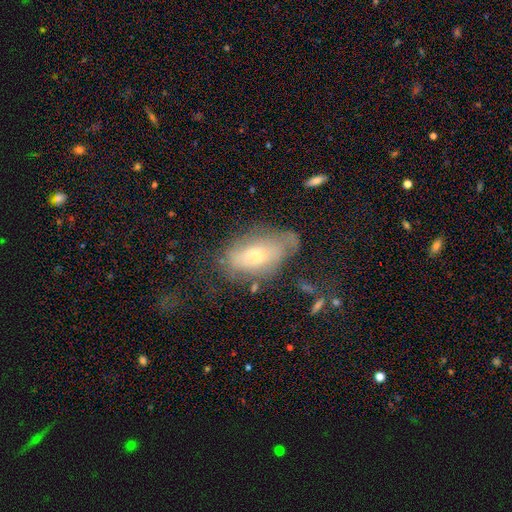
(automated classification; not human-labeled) This is possibly a smooth galaxy (59%). How rounded: clearly in between (91%). Merging: marginally none (42%).